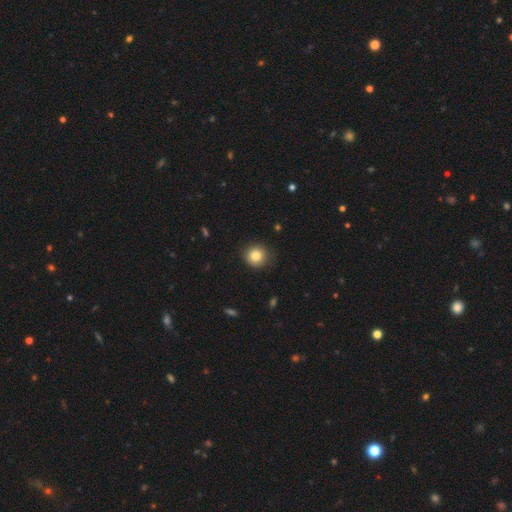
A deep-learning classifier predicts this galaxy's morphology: Q: Smooth or featured?
A: smooth (82%); runner-up: star or artifact (10%)
Q: How rounded?
A: round (93%); runner-up: in between (6%)
Q: Merging?
A: none (88%); runner-up: minor disturbance (9%)